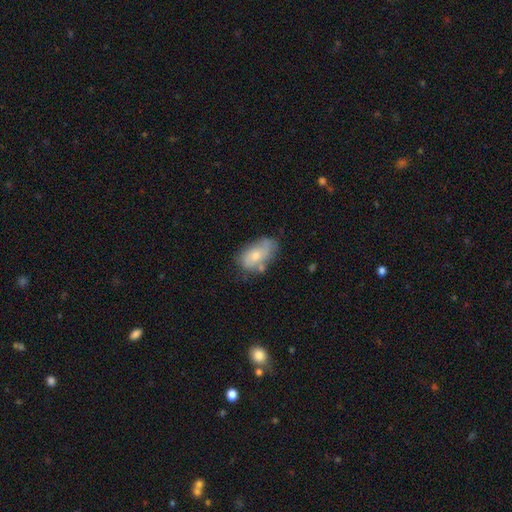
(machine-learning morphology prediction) Smooth or featured: smooth — 62% (featured or disk — 31%)
How rounded: in between — 90% (round — 7%)
Merging: none — 46% (minor disturbance — 30%)